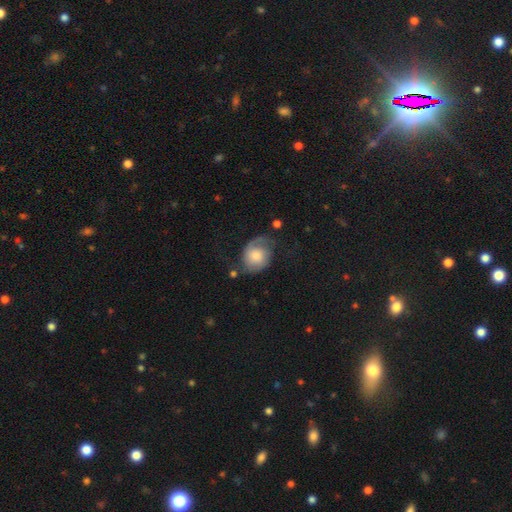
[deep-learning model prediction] Smooth or featured? featured or disk (54%)
Edge-on disk? no (97%)
Bar? no (73%)
Spiral arms? yes (87%)
Bulge size? moderate (42%)
Merging? none (47%)